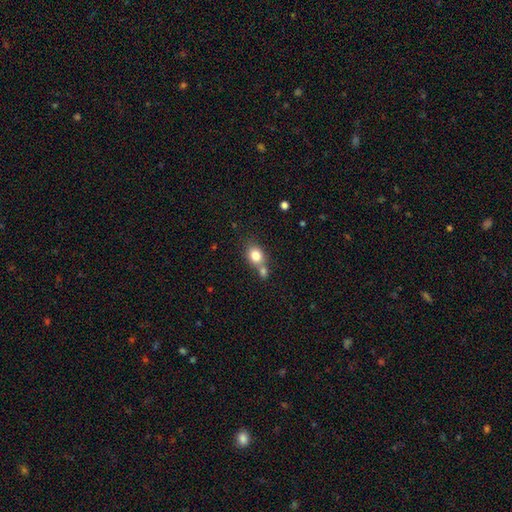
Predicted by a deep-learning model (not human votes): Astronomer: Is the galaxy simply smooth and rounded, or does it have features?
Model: smooth — 80%.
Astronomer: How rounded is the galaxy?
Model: round — 50% (runner-up: in between, 49%).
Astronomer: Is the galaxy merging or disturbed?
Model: none — 42%, tied with merger at 42%.